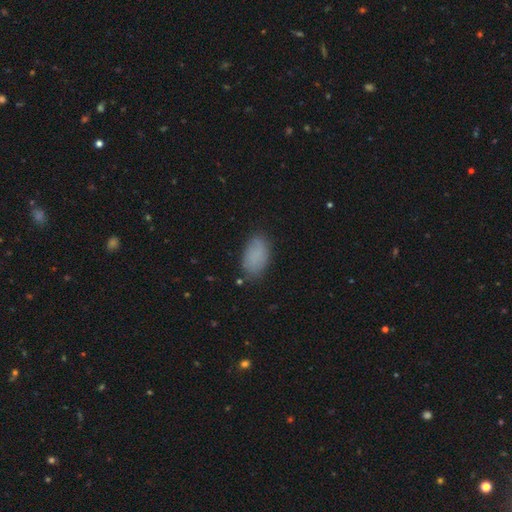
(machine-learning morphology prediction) smooth-or-featured: smooth: 86% | star or artifact: 8% | featured or disk: 6%
  how-rounded: in between: 93% | round: 5% | cigar-shaped: 2%
  merging: none: 80% | minor disturbance: 15% | major disturbance: 4% | merger: 2%